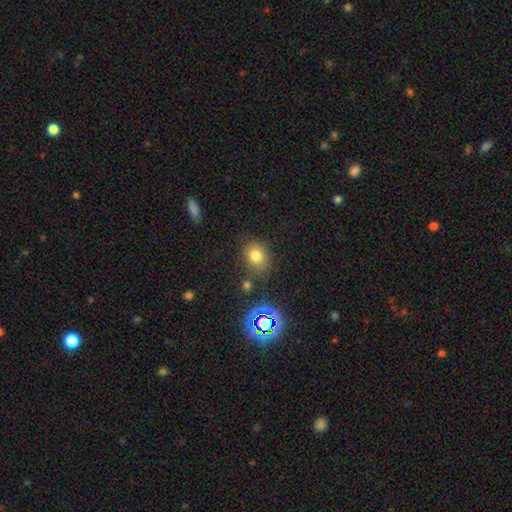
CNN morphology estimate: Smooth or featured: smooth — 74% (star or artifact — 18%)
How rounded: round — 55% (in between — 43%)
Merging: none — 75% (minor disturbance — 15%)